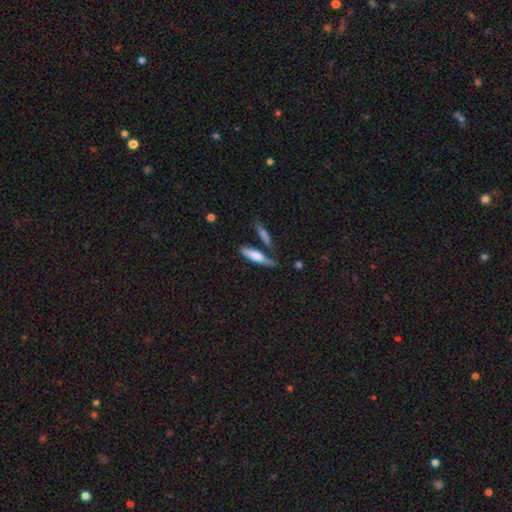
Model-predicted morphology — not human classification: Smooth or featured: smooth — 68% (featured or disk — 25%)
How rounded: cigar-shaped — 69% (in between — 29%)
Merging: none — 55% (minor disturbance — 20%)